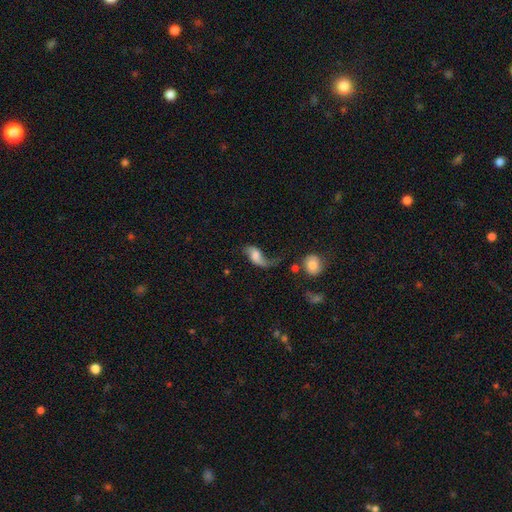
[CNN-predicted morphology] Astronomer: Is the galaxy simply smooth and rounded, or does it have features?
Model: featured or disk — 64%.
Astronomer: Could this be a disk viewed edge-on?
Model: no — 94%.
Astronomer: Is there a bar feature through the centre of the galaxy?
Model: no — 54% (runner-up: weak, 36%).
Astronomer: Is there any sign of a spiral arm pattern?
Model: yes — 90%.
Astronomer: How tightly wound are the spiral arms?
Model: loose — 89%.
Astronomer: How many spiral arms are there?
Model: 2 — 70%.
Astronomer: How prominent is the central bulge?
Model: moderate — 29% (runner-up: small, 23%).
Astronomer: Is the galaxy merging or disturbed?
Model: none — 37% (runner-up: major disturbance, 33%).